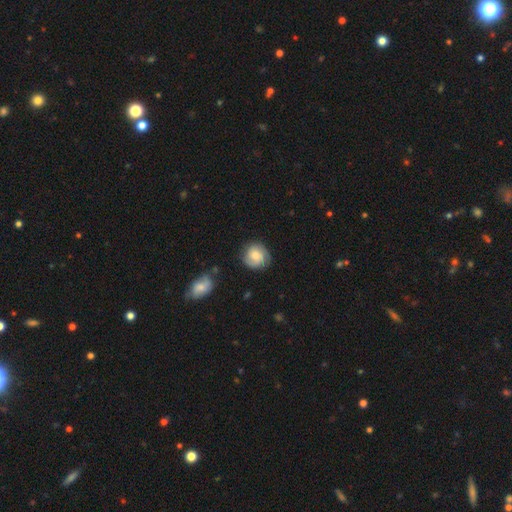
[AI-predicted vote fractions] Morphology: type=smooth (55%); roundness=round (86%); merging=none (77%).